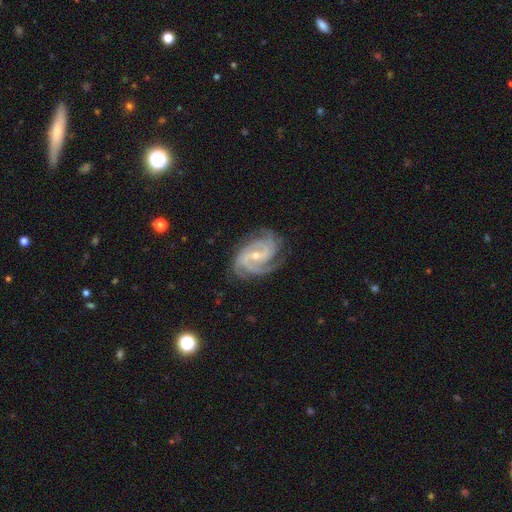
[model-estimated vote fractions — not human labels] A featured or disk galaxy (92%) with a weak bar (43%), 3 (47%) tight (53%) spiral arms (99%) and a small central bulge (62%). Merging: none (76%).